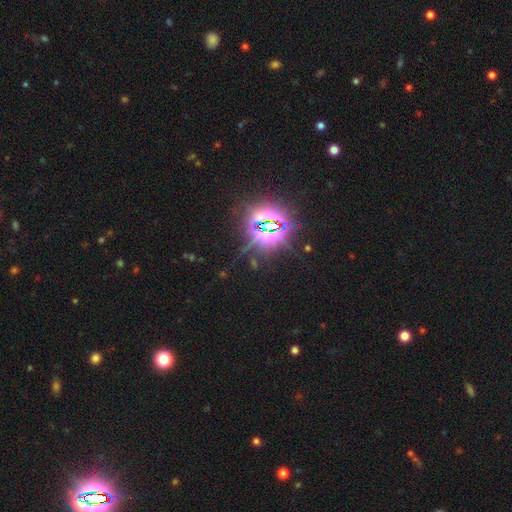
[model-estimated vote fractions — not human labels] Smooth or featured? Predicted: star or artifact (p=0.84).